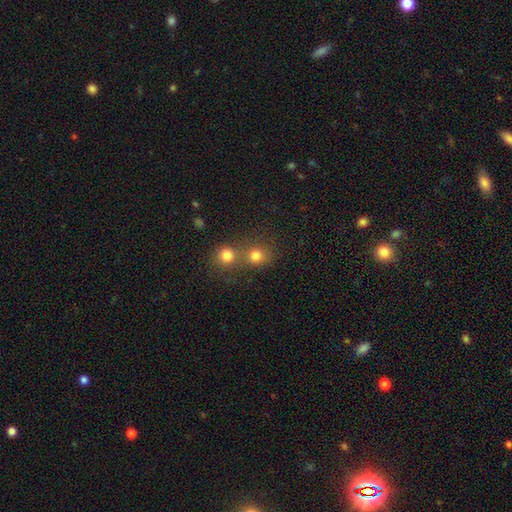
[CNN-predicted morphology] Smooth or featured: smooth — 78% (star or artifact — 14%)
How rounded: round — 85% (in between — 14%)
Merging: none — 48% (merger — 42%)